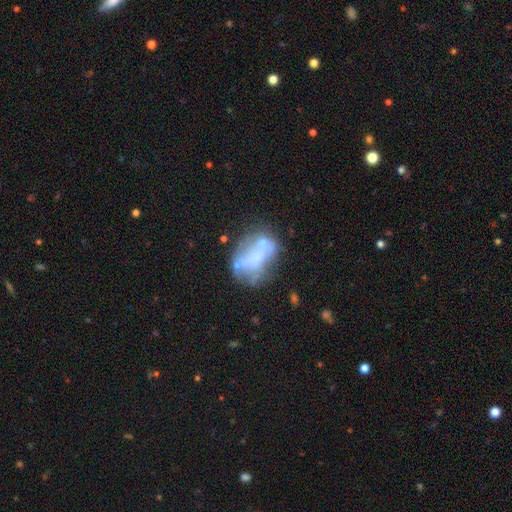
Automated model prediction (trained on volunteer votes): A featured or disk galaxy (54%) with no bar (81%), no spiral arms (89%) and no central bulge (60%).

Vote fractions:
- Smooth or featured? featured or disk: 54% / smooth: 34% / star or artifact: 11%
- Edge-on disk? no: 97% / yes: 3%
- Bar? no: 81% / weak: 13% / strong: 7%
- Spiral arms? no: 89% / yes: 11%
- Bulge size? none: 60% / small: 18% / moderate: 15% / large: 5% / dominant: 2%
- Merging? none: 37% / merger: 21% / minor disturbance: 21% / major disturbance: 20%